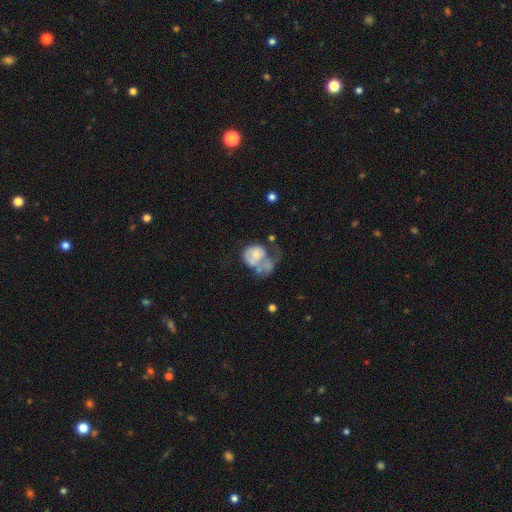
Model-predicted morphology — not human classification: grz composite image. It shows a smooth galaxy with no disk features (50%). Merging: major disturbance (41%).